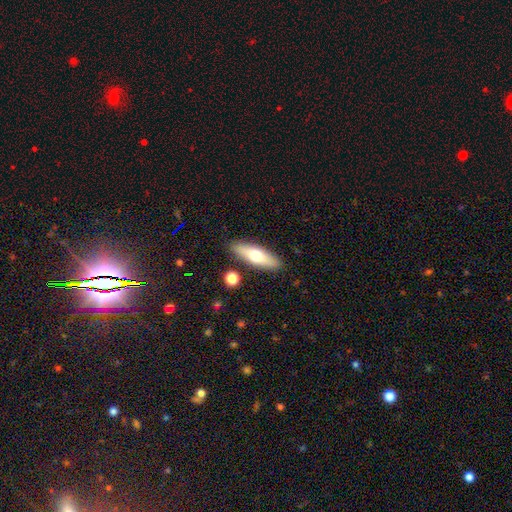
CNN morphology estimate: type=smooth (62%); roundness=cigar-shaped (52%); merging=none (86%).